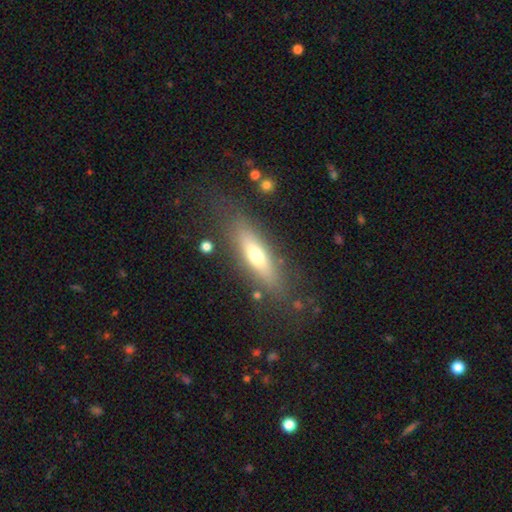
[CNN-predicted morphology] Smooth or featured? Predicted: smooth (p=0.55). How rounded? Predicted: cigar-shaped (p=0.61). Merging? Predicted: none (p=0.79).